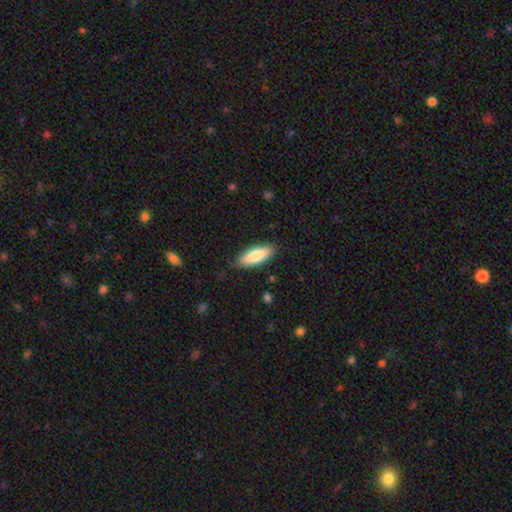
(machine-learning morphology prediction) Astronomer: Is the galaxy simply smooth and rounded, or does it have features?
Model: smooth — 83%.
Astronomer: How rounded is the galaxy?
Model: in between — 65%.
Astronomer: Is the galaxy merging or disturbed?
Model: none — 85%.